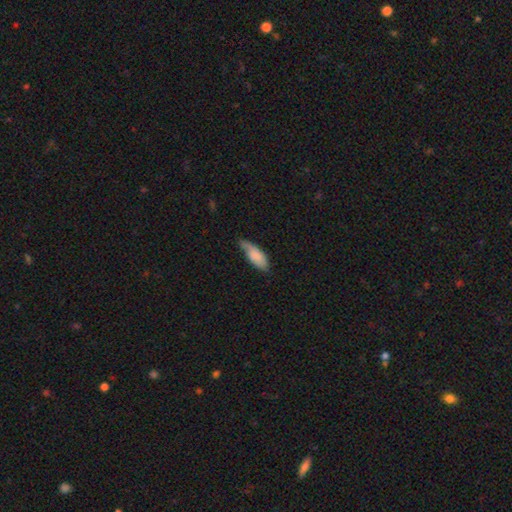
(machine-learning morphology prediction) A smooth galaxy with no disk features (80%) that is in between round and cigar-shaped (75%). Merging: none (46%).